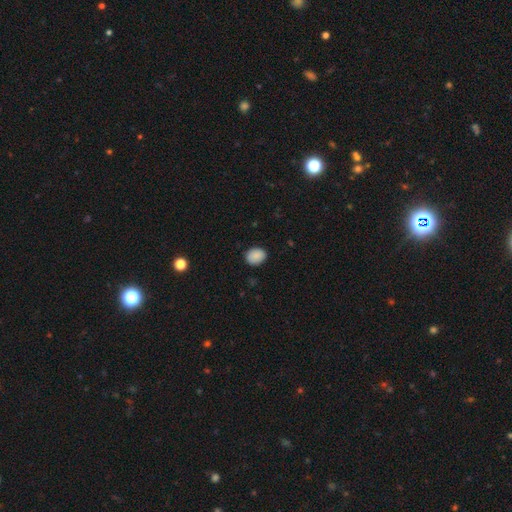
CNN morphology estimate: Smooth or featured: smooth — 88% (star or artifact — 8%)
How rounded: in between — 53% (round — 47%)
Merging: none — 86% (minor disturbance — 11%)